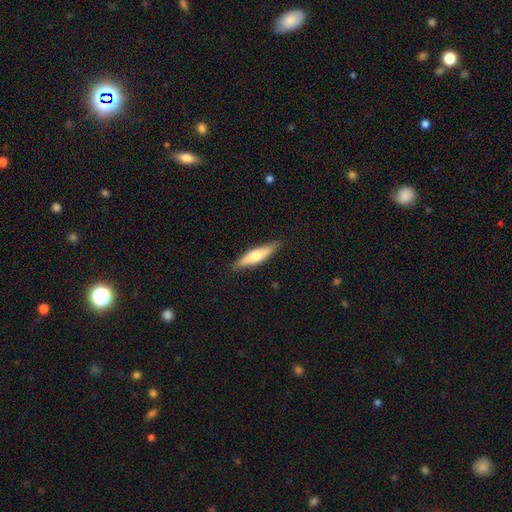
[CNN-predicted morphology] Q: Smooth or featured?
A: smooth (58%); runner-up: featured or disk (36%)
Q: How rounded?
A: cigar-shaped (73%); runner-up: in between (25%)
Q: Merging?
A: none (88%); runner-up: minor disturbance (9%)